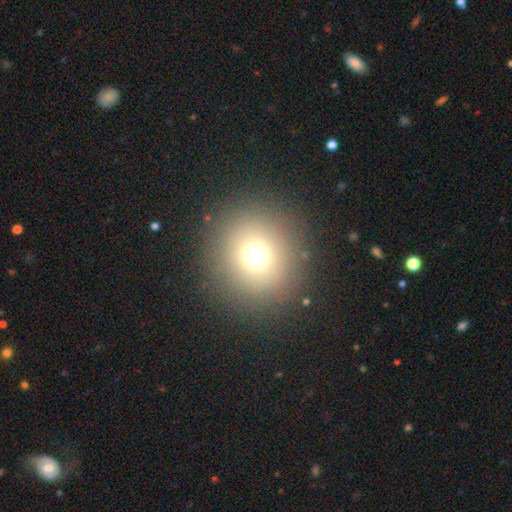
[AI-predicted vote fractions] Smooth or featured? smooth (67%)
How rounded? round (91%)
Merging? none (88%)